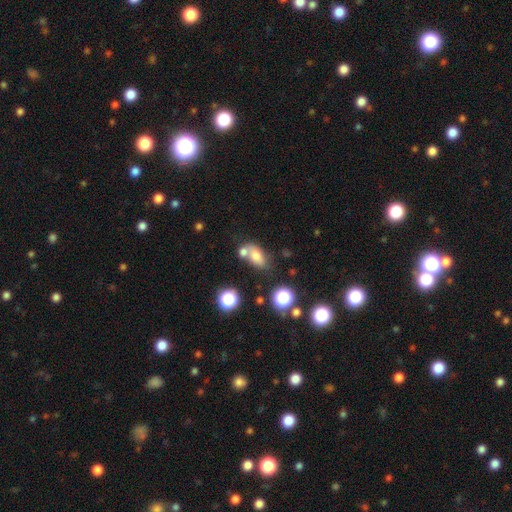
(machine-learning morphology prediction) This appears to be a smooth galaxy with no disk features (71%) that is in between round and cigar-shaped (81%). Merging: none (43%).